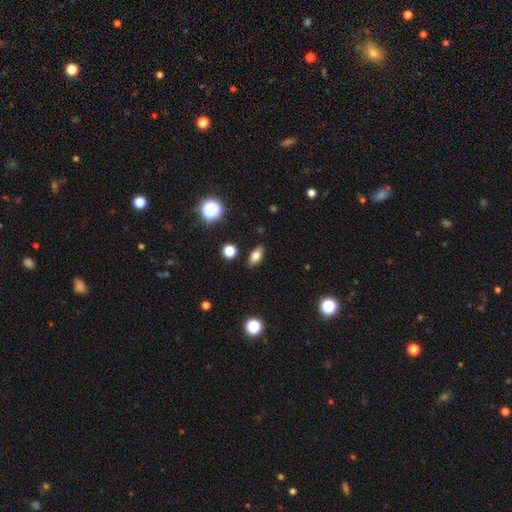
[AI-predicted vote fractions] Smooth or featured? smooth (76%)
How rounded? in between (83%)
Merging? none (87%)